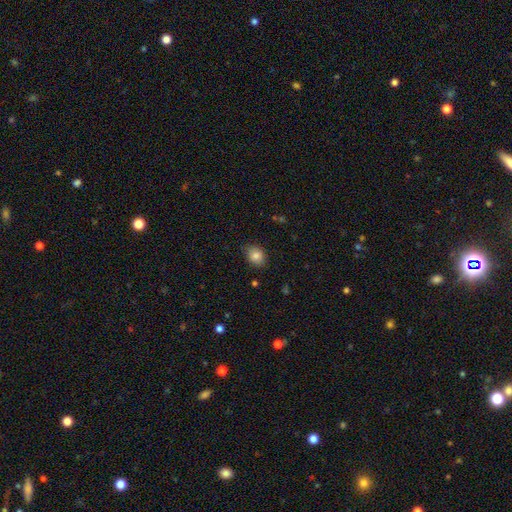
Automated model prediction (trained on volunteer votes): This is clearly a smooth galaxy (84%). How rounded: possibly in between (55%). Merging: clearly none (82%).